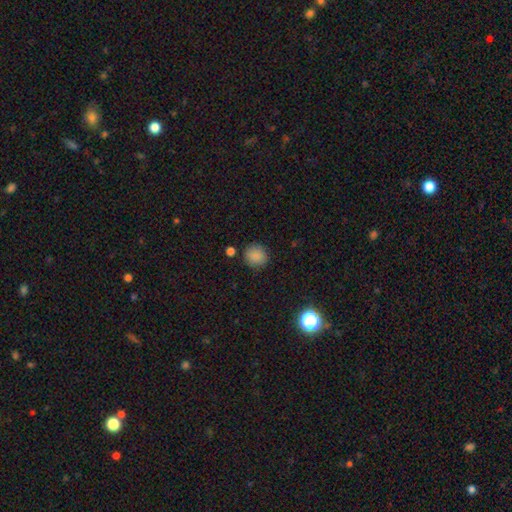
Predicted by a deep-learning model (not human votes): smooth_or_featured: smooth (p=0.85) [alt: star or artifact p=0.11]
how_rounded: round (p=0.86) [alt: in between p=0.13]
merging: none (p=0.85) [alt: minor disturbance p=0.09]